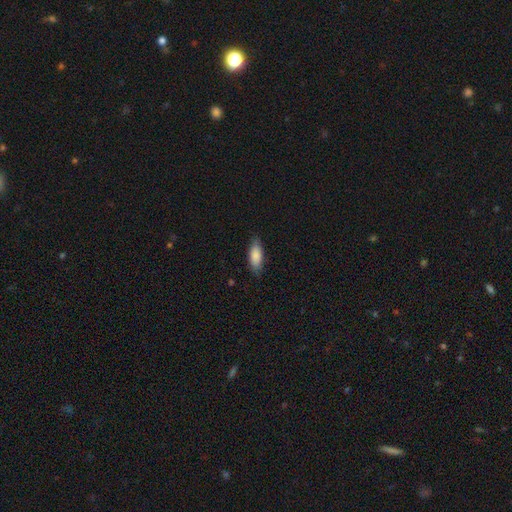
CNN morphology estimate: Smooth or featured: smooth — 86% (featured or disk — 9%)
How rounded: in between — 80% (cigar-shaped — 18%)
Merging: none — 79% (minor disturbance — 17%)